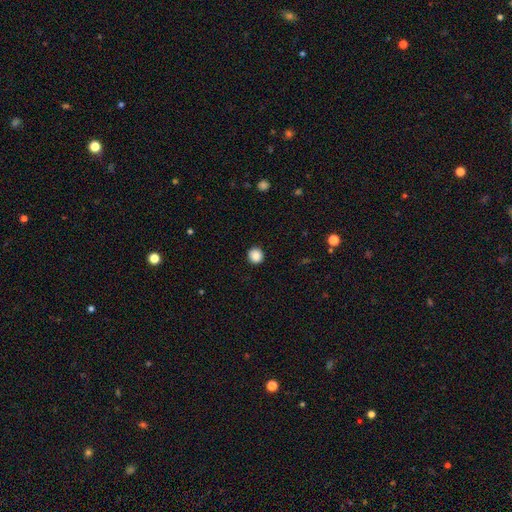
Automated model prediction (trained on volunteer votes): smooth-or-featured: smooth: 88% | star or artifact: 9% | featured or disk: 3%
  how-rounded: round: 92% | in between: 7% | cigar-shaped: 1%
  merging: none: 92% | minor disturbance: 5% | major disturbance: 2% | merger: 1%